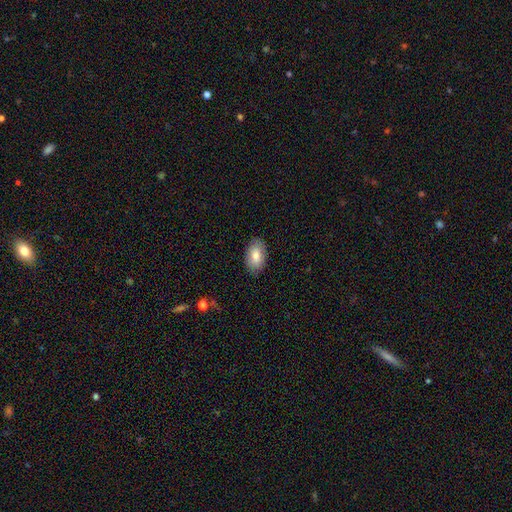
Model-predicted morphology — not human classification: Smooth or featured? smooth (81%)
How rounded? in between (93%)
Merging? none (86%)